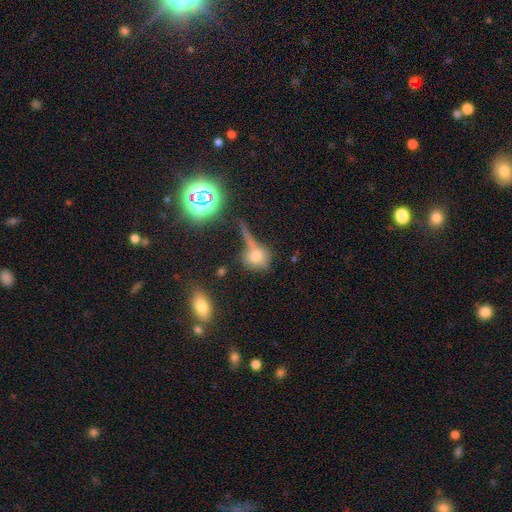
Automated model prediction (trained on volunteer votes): Smooth or featured? smooth (64%)
How rounded? round (71%)
Merging? none (47%)